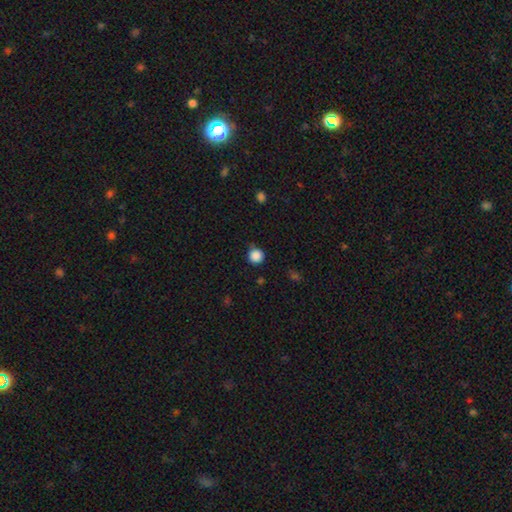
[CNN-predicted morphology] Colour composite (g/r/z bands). It shows a smooth galaxy with no disk features (87%) that is round (94%). Merging: none (83%).